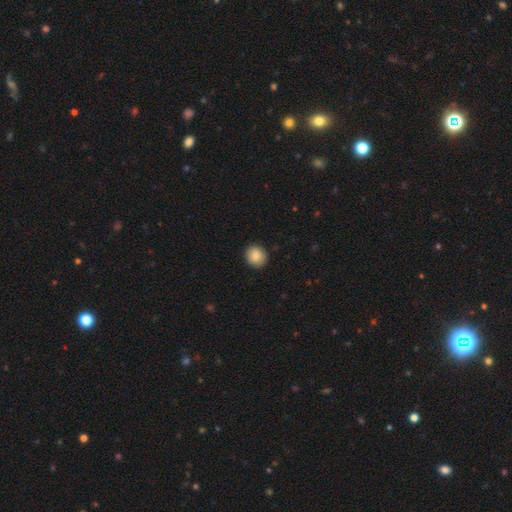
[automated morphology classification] A smooth galaxy with no disk features (86%) that is round (84%). Merging: none (91%).